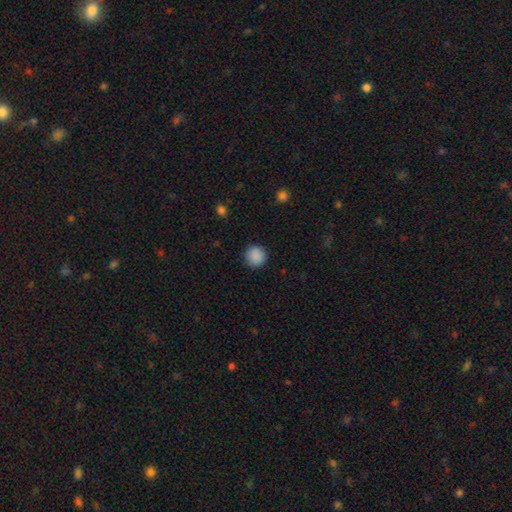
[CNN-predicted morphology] This appears to be a smooth galaxy with no disk features (89%) that is round (94%). Merging: none (90%).